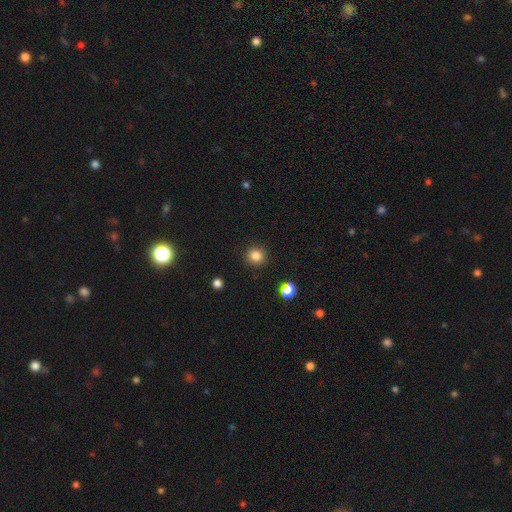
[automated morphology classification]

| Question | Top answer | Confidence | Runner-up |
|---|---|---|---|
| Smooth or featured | smooth | 83% | star or artifact (12%) |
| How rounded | round | 93% | in between (6%) |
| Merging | none | 91% | minor disturbance (5%) |